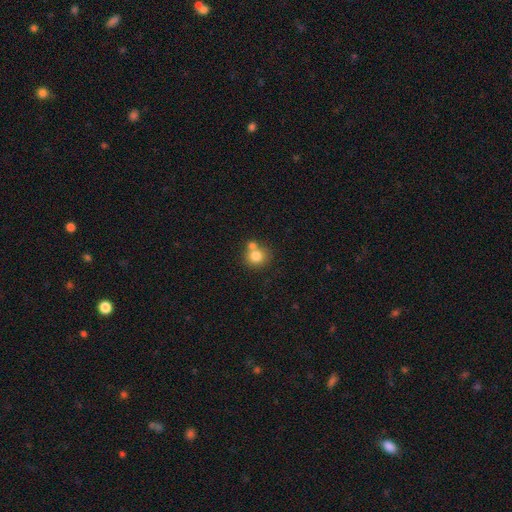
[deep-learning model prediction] smooth_or_featured: smooth (p=0.78) [alt: featured or disk p=0.11]
how_rounded: round (p=0.85) [alt: in between p=0.14]
merging: none (p=0.50) [alt: merger p=0.38]